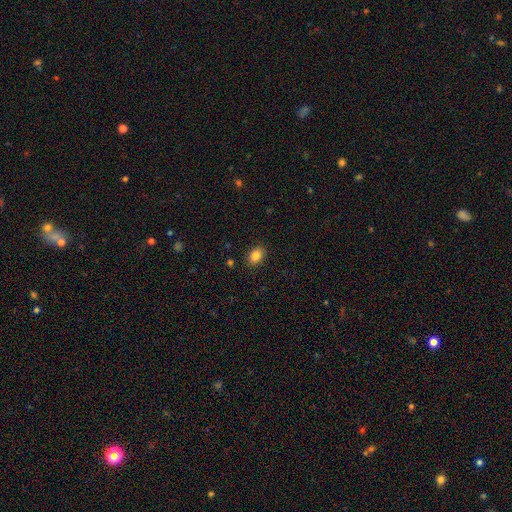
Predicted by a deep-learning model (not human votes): Overall: smooth (85%). How rounded: in between (72%). Merging: none (88%).